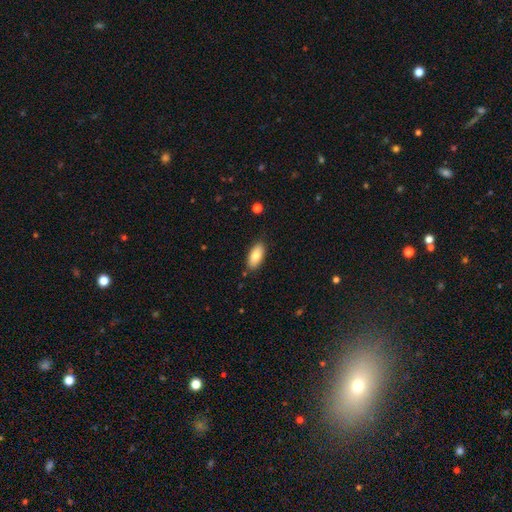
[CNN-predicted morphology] Q: Smooth or featured?
A: smooth (82%); runner-up: featured or disk (11%)
Q: How rounded?
A: in between (89%); runner-up: cigar-shaped (9%)
Q: Merging?
A: none (86%); runner-up: minor disturbance (11%)